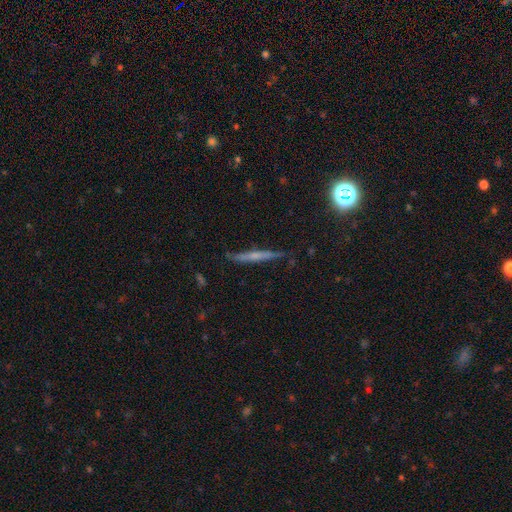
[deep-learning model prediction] The model was most divided on "edge-on bulge": rounded: 47%, none: 46%, boxy: 8%. More confident: edge-on disk — yes (95%); merging — none (83%); smooth or featured — featured or disk (56%).